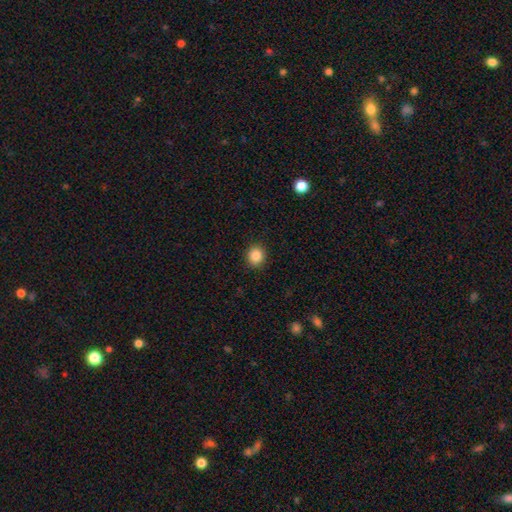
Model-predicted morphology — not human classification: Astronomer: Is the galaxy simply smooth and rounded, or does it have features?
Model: smooth — 86%.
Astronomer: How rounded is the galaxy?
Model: round — 85%.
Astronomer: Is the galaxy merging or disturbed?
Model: none — 91%.